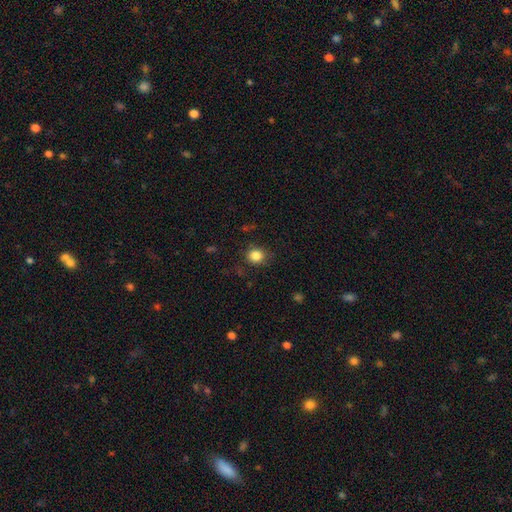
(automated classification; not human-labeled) Smooth or featured?
  - smooth: 85% *
  - star or artifact: 11%
  - featured or disk: 5%
How rounded?
  - round: 80% *
  - in between: 19%
  - cigar-shaped: 1%
Merging?
  - none: 83% *
  - minor disturbance: 12%
  - major disturbance: 4%
  - merger: 1%